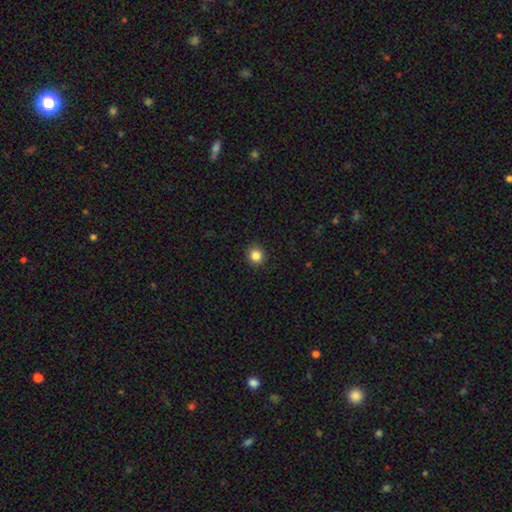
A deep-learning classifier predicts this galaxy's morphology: Smooth or featured: smooth — 85% (star or artifact — 11%)
How rounded: round — 92% (in between — 7%)
Merging: none — 92% (minor disturbance — 6%)